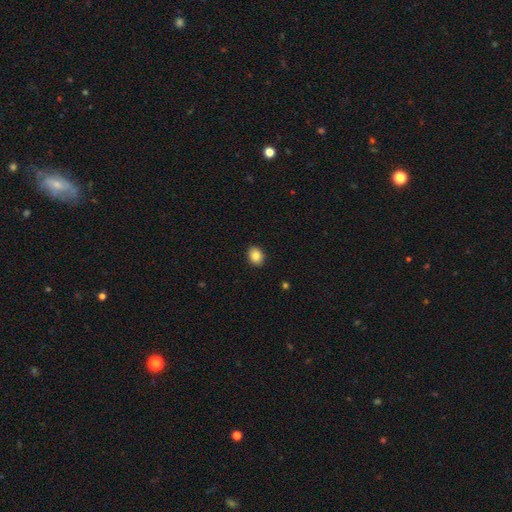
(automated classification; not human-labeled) smooth 86%, star or artifact 8%, featured or disk 6%. Down the decision tree: how rounded — in between (61%); merging — none (90%).